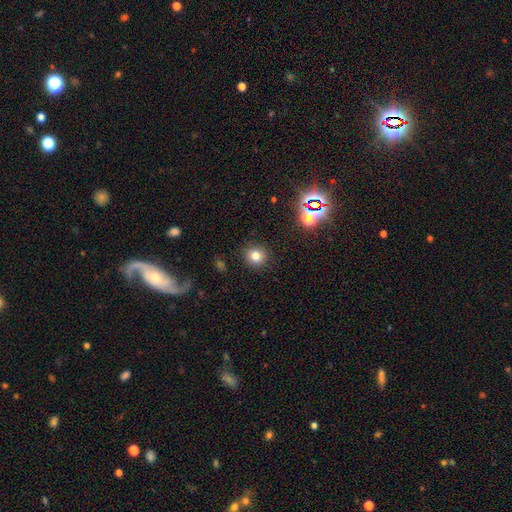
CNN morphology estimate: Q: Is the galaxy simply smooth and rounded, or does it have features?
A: smooth — 78%.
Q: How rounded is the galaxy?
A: round — 90%.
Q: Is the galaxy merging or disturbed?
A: none — 90%.